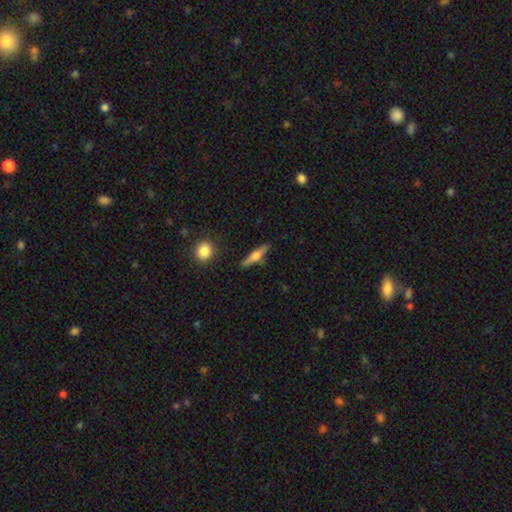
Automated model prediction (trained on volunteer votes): This appears to be a smooth galaxy with no disk features (47%). Merging: none (85%).